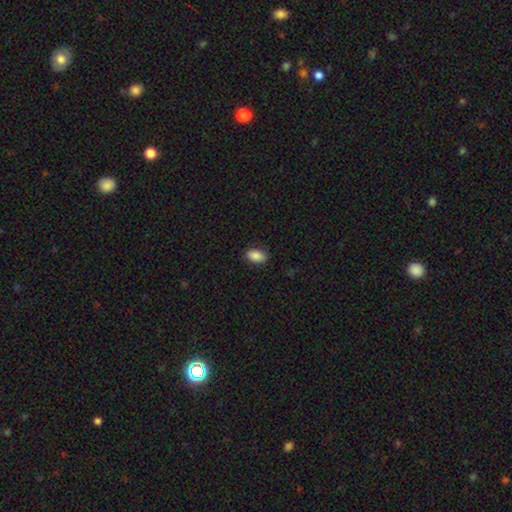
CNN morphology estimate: This appears to be a smooth galaxy with no disk features (88%) that is in between round and cigar-shaped (90%). Merging: none (86%).